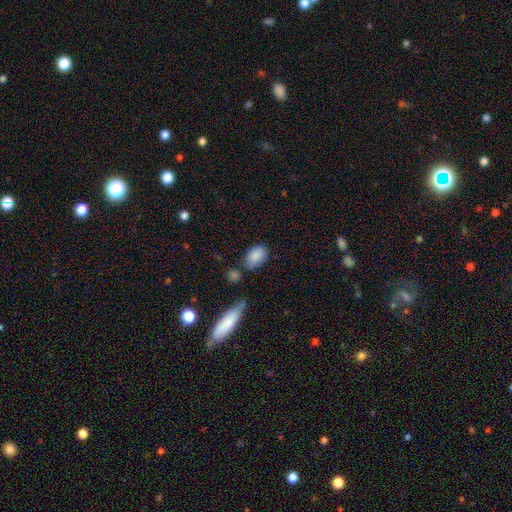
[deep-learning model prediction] This appears to be a smooth galaxy with no disk features (87%) that is in between round and cigar-shaped (84%). Merging: none (67%).